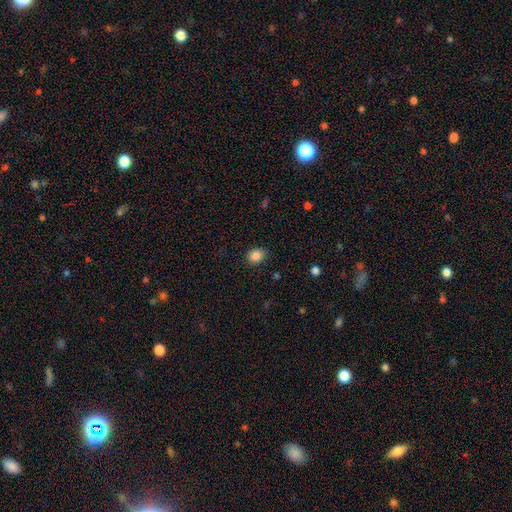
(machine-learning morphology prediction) smooth_or_featured: smooth (p=0.86) [alt: star or artifact p=0.10]
how_rounded: round (p=0.56) [alt: in between p=0.43]
merging: none (p=0.86) [alt: minor disturbance p=0.10]